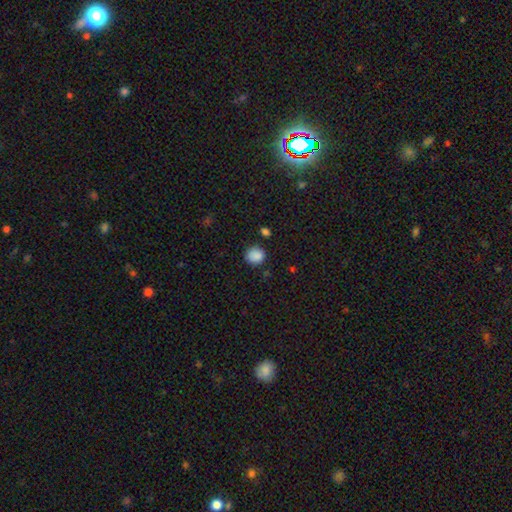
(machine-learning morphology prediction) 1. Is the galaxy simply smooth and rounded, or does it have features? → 87% smooth, 9% star or artifact, 3% featured or disk.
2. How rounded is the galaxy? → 84% round, 15% in between, 1% cigar-shaped.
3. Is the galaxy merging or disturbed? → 82% none, 12% minor disturbance, 3% major disturbance, 3% merger.